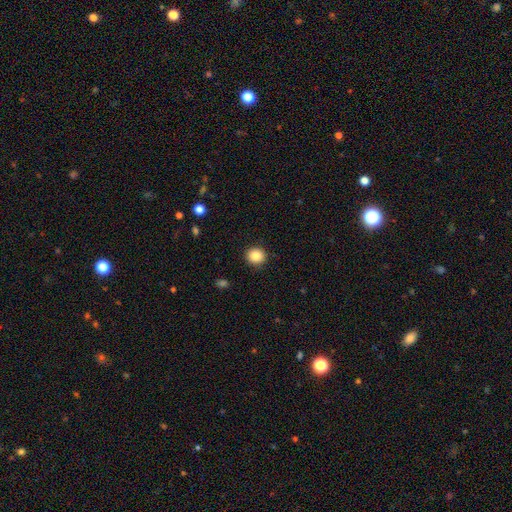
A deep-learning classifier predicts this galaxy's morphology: smooth_or_featured: smooth (p=0.86) [alt: star or artifact p=0.09]
how_rounded: round (p=0.86) [alt: in between p=0.13]
merging: none (p=0.91) [alt: minor disturbance p=0.06]